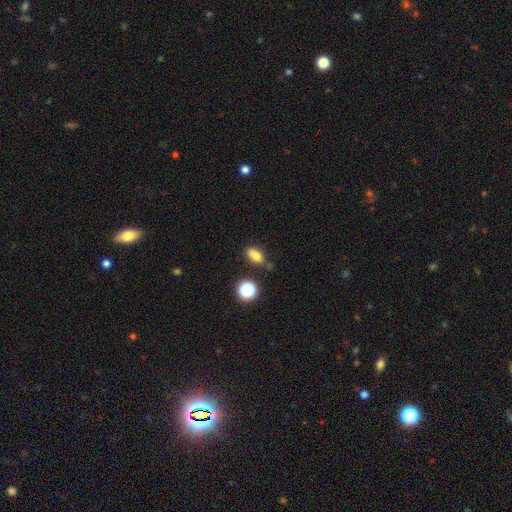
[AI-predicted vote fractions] smooth-or-featured: smooth: 73% | star or artifact: 14% | featured or disk: 13%
  how-rounded: in between: 75% | round: 16% | cigar-shaped: 9%
  merging: none: 67% | minor disturbance: 18% | merger: 10% | major disturbance: 5%